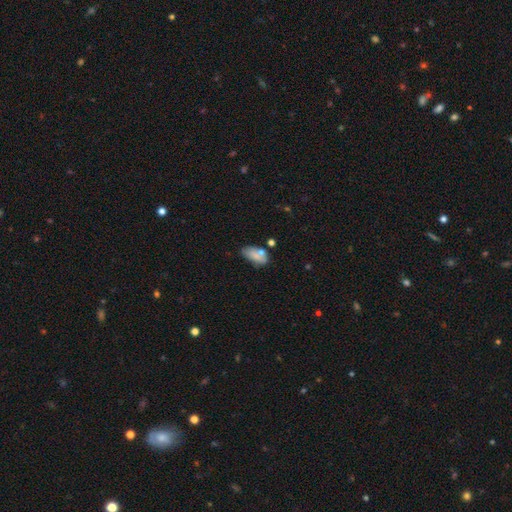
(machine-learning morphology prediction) Smooth or featured: smooth — 76% (featured or disk — 15%)
How rounded: in between — 90% (round — 5%)
Merging: none — 48% (minor disturbance — 28%)